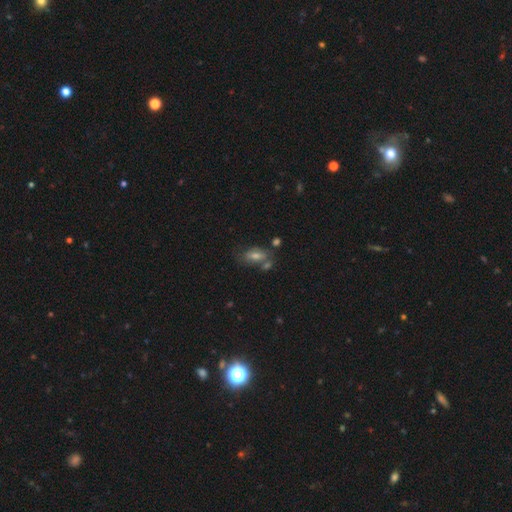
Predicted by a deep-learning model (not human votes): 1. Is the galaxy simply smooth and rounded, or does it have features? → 56% smooth, 27% featured or disk, 17% star or artifact.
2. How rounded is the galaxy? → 83% in between, 9% cigar-shaped, 8% round.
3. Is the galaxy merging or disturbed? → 52% none, 22% merger, 18% minor disturbance, 8% major disturbance.